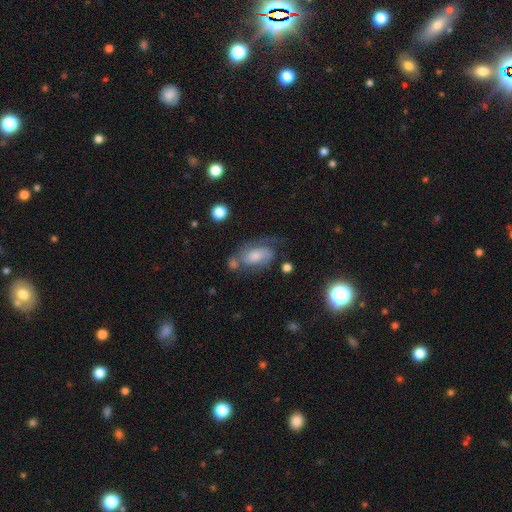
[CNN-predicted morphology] smooth-or-featured: featured or disk: 59% | smooth: 32% | star or artifact: 9%
  disk-edge-on: no: 95% | yes: 5%
    bar: no: 65% | weak: 28% | strong: 7%
    has-spiral-arms: yes: 87% | no: 13%
    bulge-size: small: 33% (tied) | moderate: 33% (tied) | large: 17% | none: 14% | dominant: 3%
  merging: none: 47% | minor disturbance: 24% | major disturbance: 21% | merger: 9%